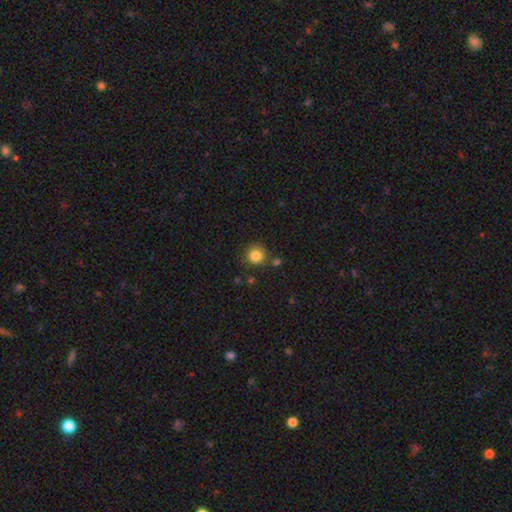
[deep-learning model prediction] Smooth or featured? smooth (83%)
How rounded? round (91%)
Merging? none (77%)